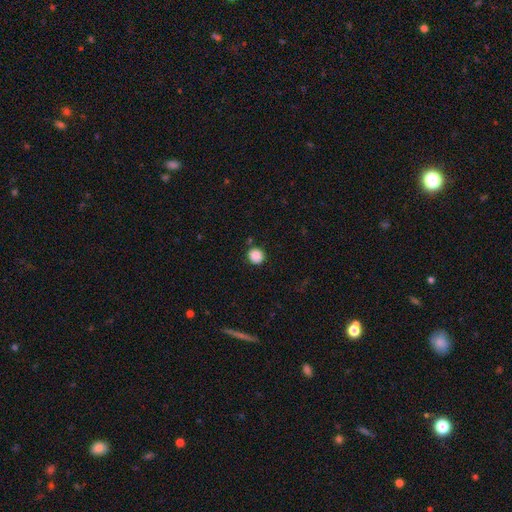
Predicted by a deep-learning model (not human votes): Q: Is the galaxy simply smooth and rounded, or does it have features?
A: smooth — 88%.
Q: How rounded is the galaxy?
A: round — 91%.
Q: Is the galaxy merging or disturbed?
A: none — 88%.